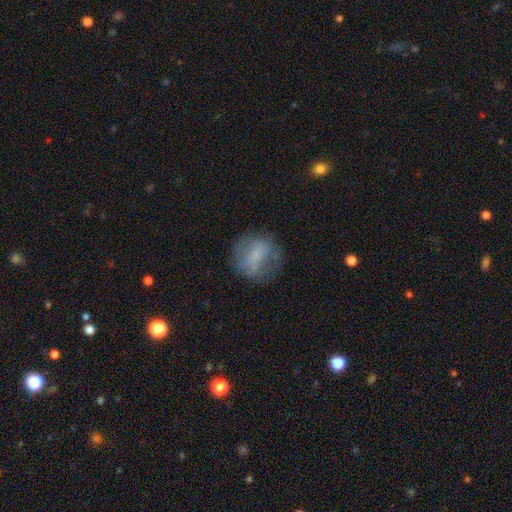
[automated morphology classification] smooth 58%, featured or disk 31%, star or artifact 11%. Down the decision tree: how rounded — round (76%); merging — none (67%).